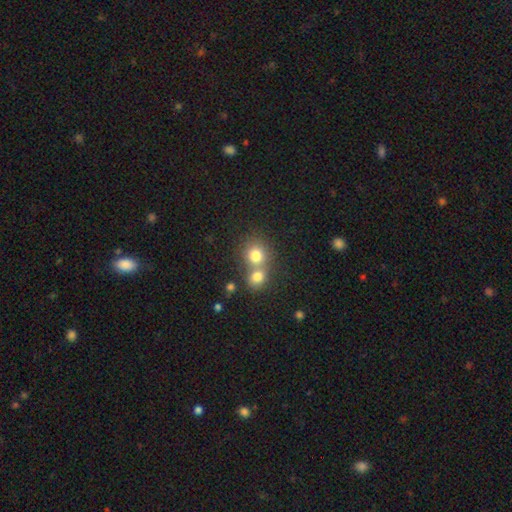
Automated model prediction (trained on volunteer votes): This appears to be a smooth galaxy with no disk features (78%) that is round (83%). Merging: merger (51%).